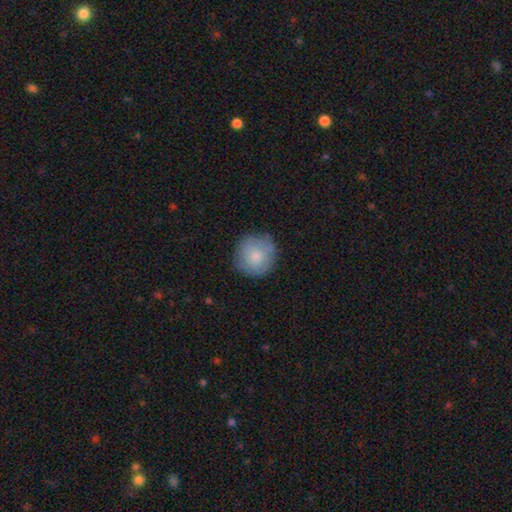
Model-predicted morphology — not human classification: This appears to be a smooth galaxy with no disk features (75%) that is round (93%). Merging: none (78%).